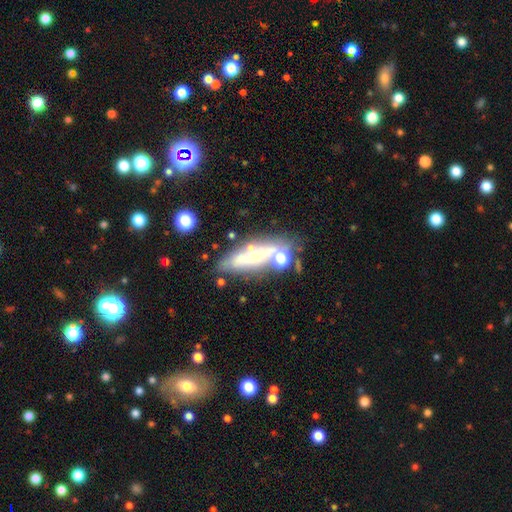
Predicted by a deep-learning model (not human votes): Overall: featured or disk (46%; smooth 38%). Merging: none (52%; minor disturbance 20%).